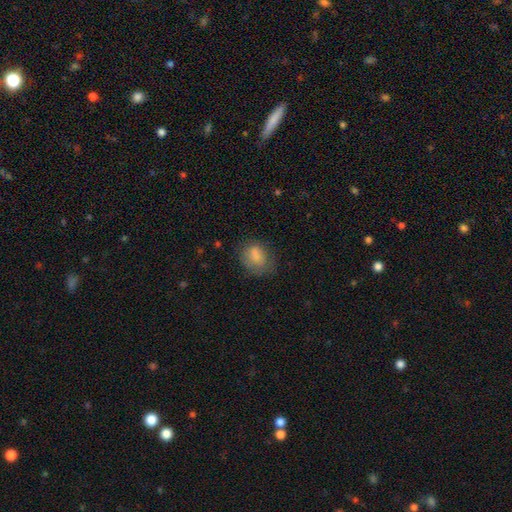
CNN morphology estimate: Smooth or featured: smooth — 79% (featured or disk — 12%)
How rounded: in between — 66% (round — 32%)
Merging: none — 60% (minor disturbance — 25%)